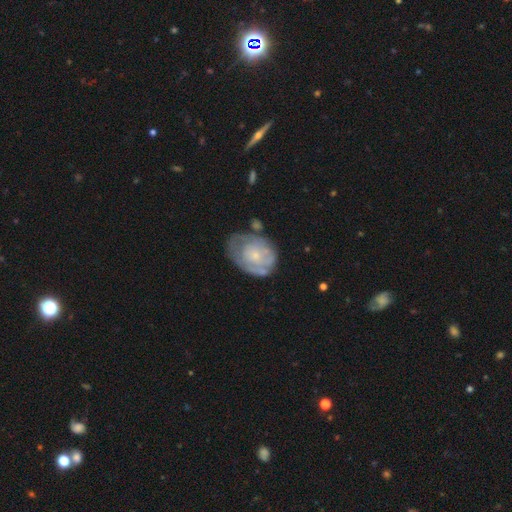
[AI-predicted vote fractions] featured or disk 58%, smooth 35%, star or artifact 6%. Down the decision tree: edge-on disk — no (96%); bar — no (86%); spiral arms — yes (55%); bulge size — small (73%); merging — none (51%).